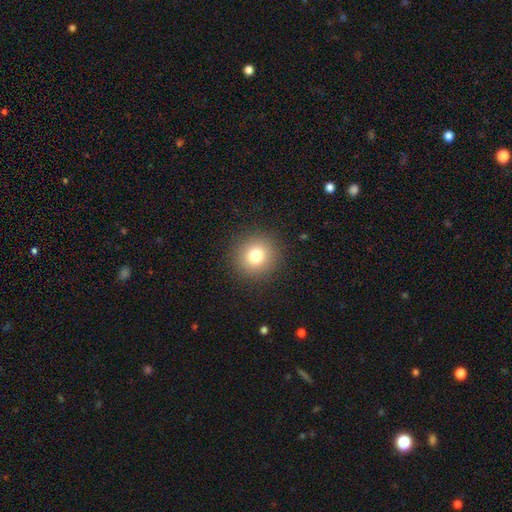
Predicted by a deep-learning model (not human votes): The model was most divided on "smooth or featured": smooth: 78%, star or artifact: 13%, featured or disk: 9%. More confident: how rounded — round (94%); merging — none (91%).